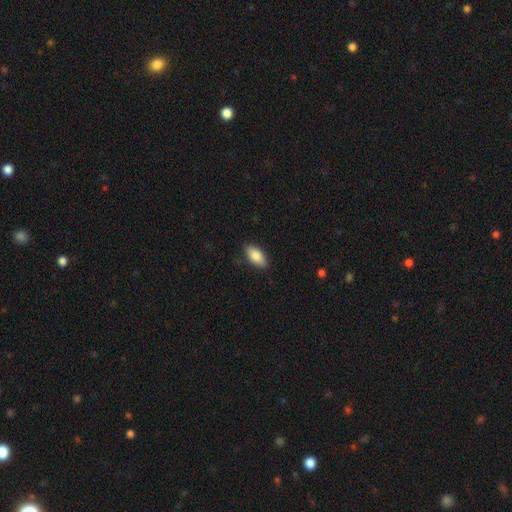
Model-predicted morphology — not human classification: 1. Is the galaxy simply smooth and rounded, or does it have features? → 84% smooth, 9% featured or disk, 7% star or artifact.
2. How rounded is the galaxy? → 90% in between, 7% cigar-shaped, 3% round.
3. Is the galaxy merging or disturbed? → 84% none, 12% minor disturbance, 2% major disturbance, 1% merger.